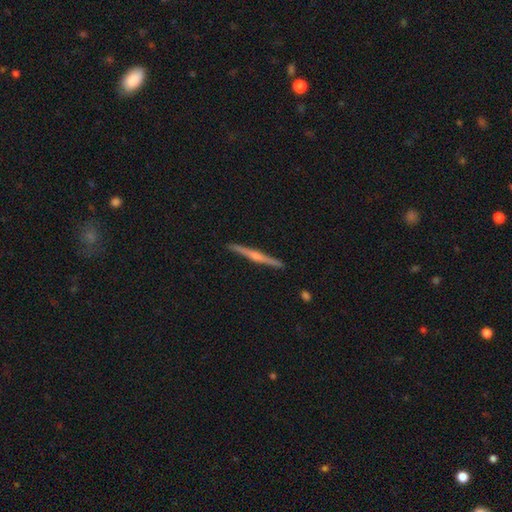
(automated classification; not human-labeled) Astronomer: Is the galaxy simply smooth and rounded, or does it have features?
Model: featured or disk — 72%.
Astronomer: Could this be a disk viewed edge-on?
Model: yes — 97%.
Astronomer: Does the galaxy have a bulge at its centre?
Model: rounded — 78%.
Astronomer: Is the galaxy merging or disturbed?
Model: none — 89%.